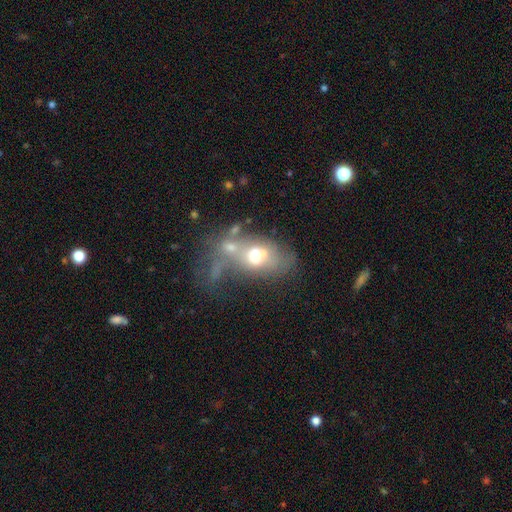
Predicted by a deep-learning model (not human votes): Smooth or featured: smooth — 51% (featured or disk — 37%)
How rounded: in between — 76% (round — 21%)
Merging: merger — 41% (major disturbance — 24%)